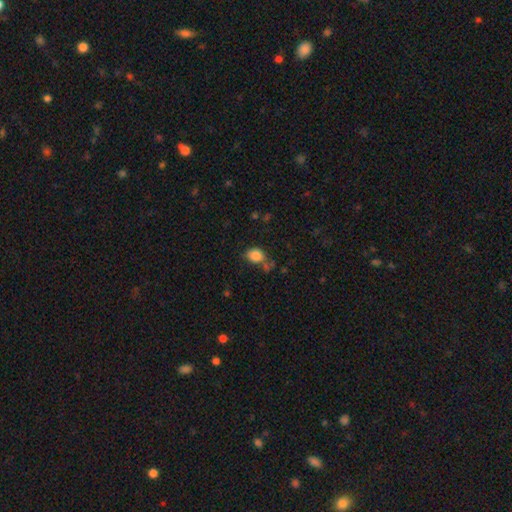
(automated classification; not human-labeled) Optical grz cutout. It shows a smooth galaxy with no disk features (85%) that is in between round and cigar-shaped (61%). Merging: none (58%).